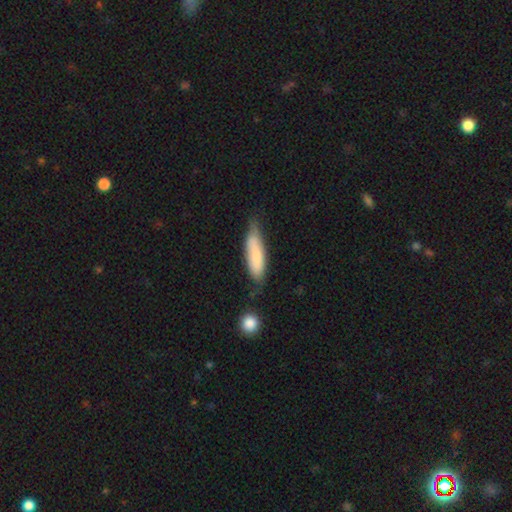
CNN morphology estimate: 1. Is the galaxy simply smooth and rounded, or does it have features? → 77% smooth, 17% featured or disk, 6% star or artifact.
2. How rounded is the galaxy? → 63% cigar-shaped, 36% in between, 2% round.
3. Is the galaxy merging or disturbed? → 57% none, 30% minor disturbance, 7% major disturbance, 6% merger.